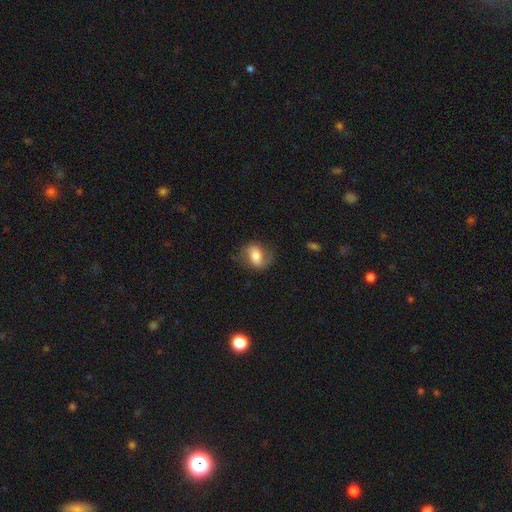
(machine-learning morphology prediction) Smooth or featured?
  - smooth: 50% *
  - featured or disk: 42%
  - star or artifact: 8%
How rounded?
  - in between: 70% *
  - round: 28%
  - cigar-shaped: 2%
Merging?
  - none: 65% *
  - minor disturbance: 23%
  - major disturbance: 11%
  - merger: 1%